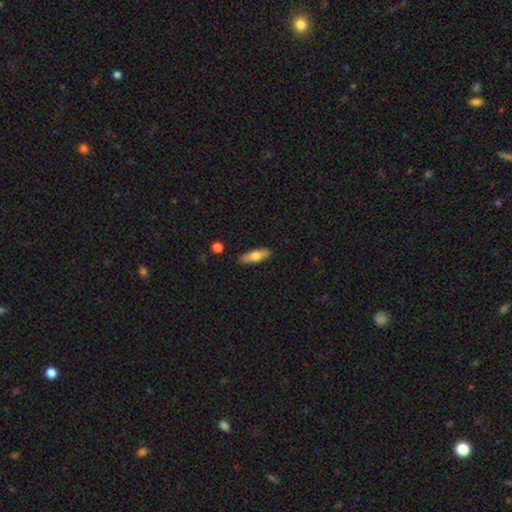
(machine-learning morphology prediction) This appears to be a smooth galaxy with no disk features (69%) that is in between round and cigar-shaped (50%). Merging: none (86%).